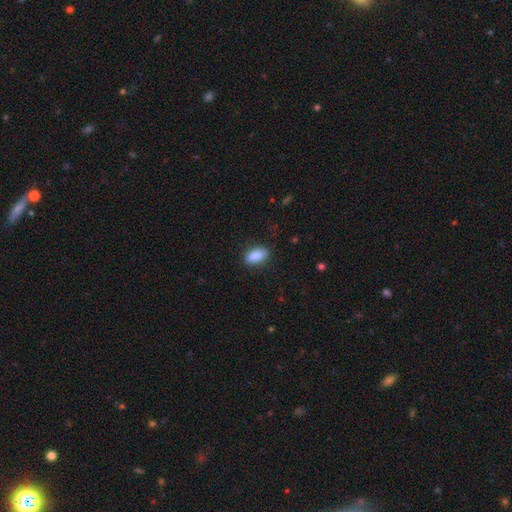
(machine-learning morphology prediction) A smooth galaxy with no disk features (89%) that is in between round and cigar-shaped (90%).

Vote fractions:
- Smooth or featured? smooth: 89% / star or artifact: 7% / featured or disk: 4%
- How rounded? in between: 90% / cigar-shaped: 5% / round: 4%
- Merging? none: 86% / minor disturbance: 10% / major disturbance: 3% / merger: 1%